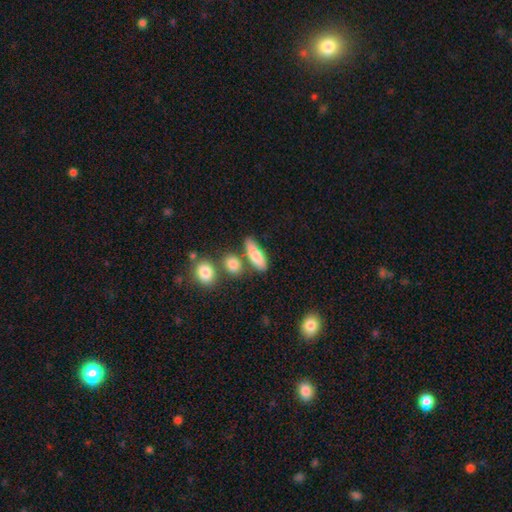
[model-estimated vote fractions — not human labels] A smooth galaxy with no disk features (80%) that is in between round and cigar-shaped (64%).

Vote fractions:
- Smooth or featured? smooth: 80% / featured or disk: 12% / star or artifact: 7%
- How rounded? in between: 64% / cigar-shaped: 30% / round: 6%
- Merging? none: 63% / merger: 16% / minor disturbance: 16% / major disturbance: 5%